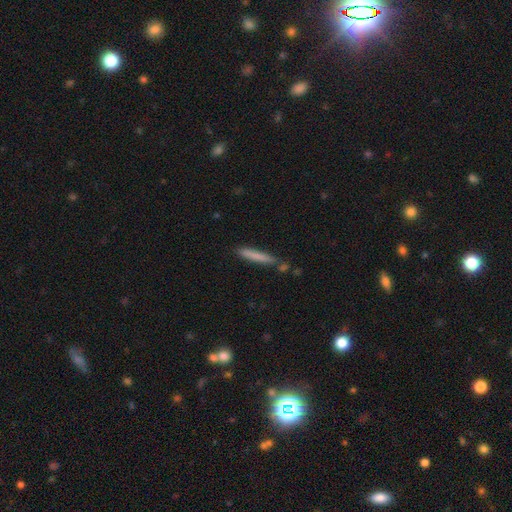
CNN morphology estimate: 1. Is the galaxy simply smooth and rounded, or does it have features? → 78% smooth, 15% featured or disk, 7% star or artifact.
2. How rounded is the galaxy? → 94% cigar-shaped, 5% in between, 1% round.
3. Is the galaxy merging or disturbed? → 78% none, 13% minor disturbance, 7% merger, 3% major disturbance.